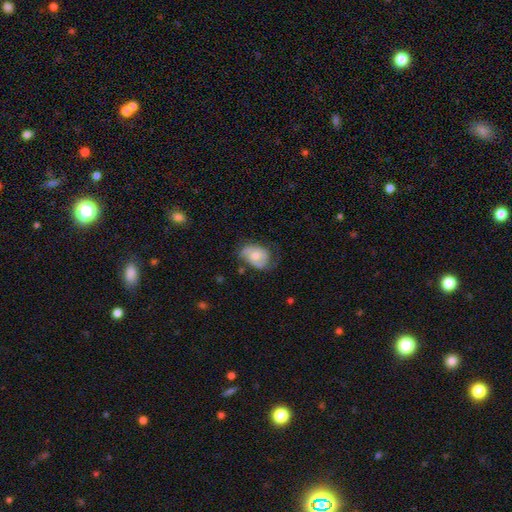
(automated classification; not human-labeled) Smooth or featured?
  - smooth: 47% *
  - featured or disk: 46%
  - star or artifact: 7%
Merging?
  - none: 46% *
  - minor disturbance: 34%
  - major disturbance: 18%
  - merger: 2%